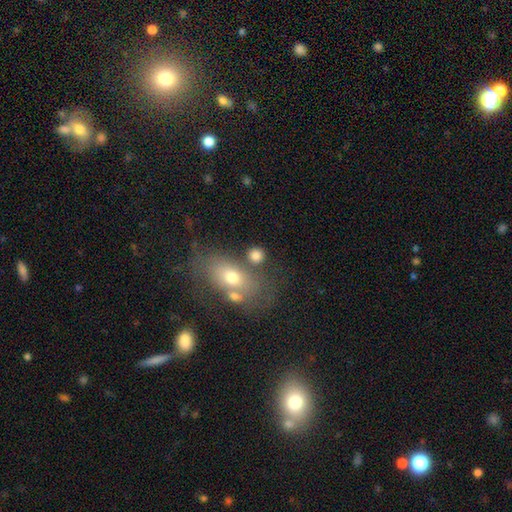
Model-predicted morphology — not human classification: Overall: smooth (77%). How rounded: round (67%; in between 30%). Merging: none (62%).